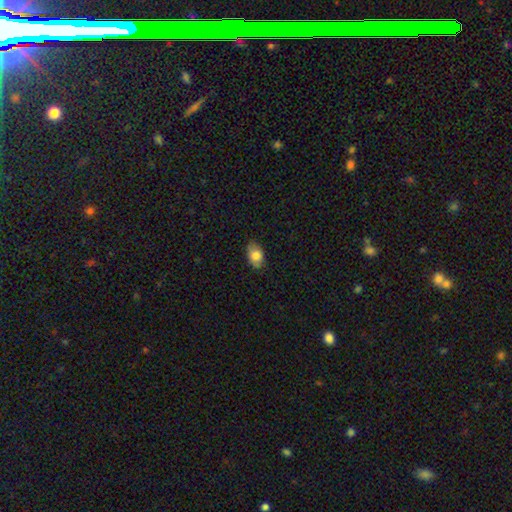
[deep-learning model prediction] The model was most divided on "merging": none: 78%, minor disturbance: 18%, major disturbance: 3%, merger: 1%. More confident: how rounded — in between (87%); smooth or featured — smooth (79%).